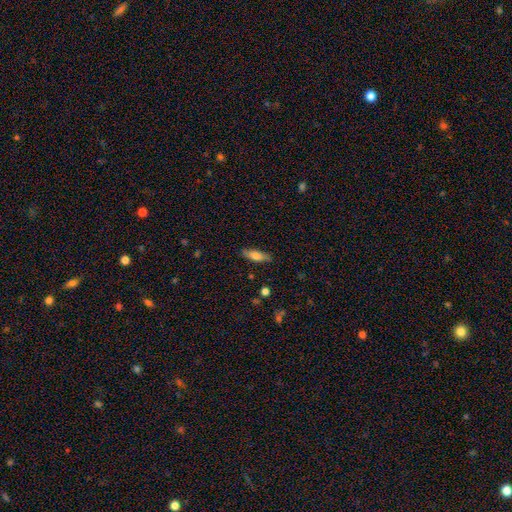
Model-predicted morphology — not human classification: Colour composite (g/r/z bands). It shows a smooth galaxy with no disk features (73%) that is in between round and cigar-shaped (53%). Merging: none (83%).